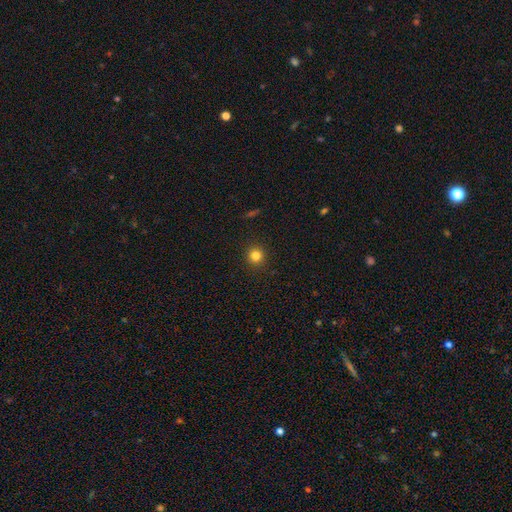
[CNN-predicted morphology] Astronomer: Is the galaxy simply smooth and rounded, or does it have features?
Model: smooth — 82%.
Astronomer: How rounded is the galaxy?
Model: round — 94%.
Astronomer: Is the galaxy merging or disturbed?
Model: none — 92%.